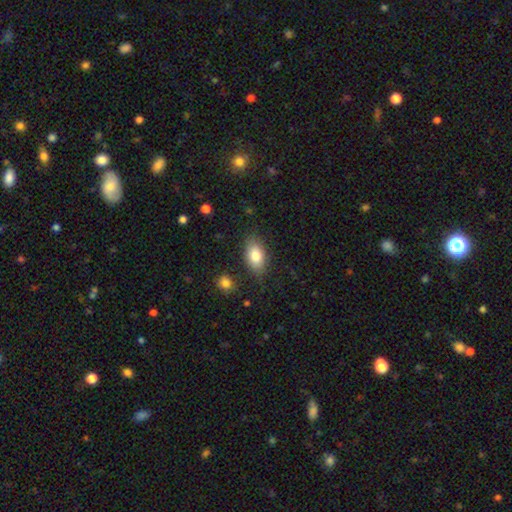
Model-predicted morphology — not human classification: Smooth or featured? smooth (81%)
How rounded? in between (91%)
Merging? none (81%)